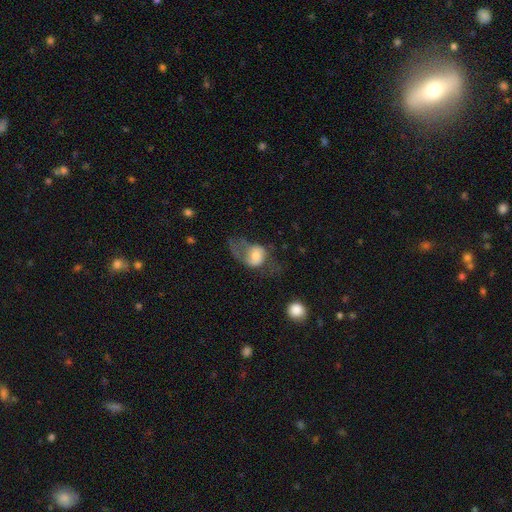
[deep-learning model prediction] Q: Smooth or featured?
A: smooth (52%); runner-up: featured or disk (40%)
Q: How rounded?
A: in between (60%); runner-up: round (39%)
Q: Merging?
A: major disturbance (50%); runner-up: none (26%)